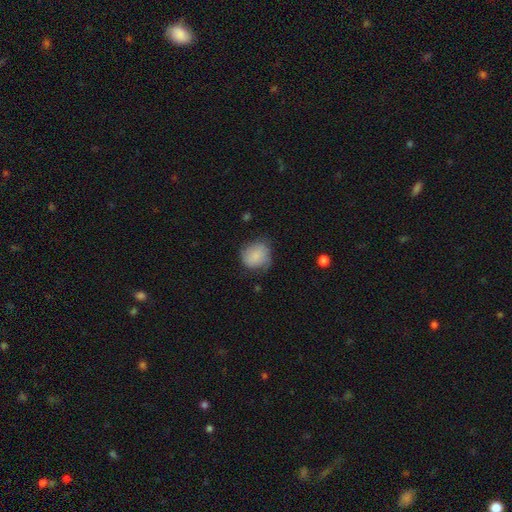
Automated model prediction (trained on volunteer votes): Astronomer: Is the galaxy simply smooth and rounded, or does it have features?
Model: smooth — 79%.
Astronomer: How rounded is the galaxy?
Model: round — 73%.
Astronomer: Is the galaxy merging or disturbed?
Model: none — 58%.